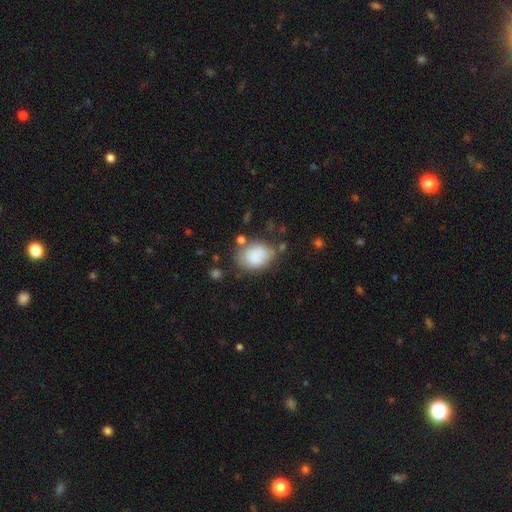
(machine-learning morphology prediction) smooth-or-featured: smooth: 80% | featured or disk: 12% | star or artifact: 8%
  how-rounded: in between: 65% | round: 34% | cigar-shaped: 1%
  merging: none: 53% | minor disturbance: 26% | major disturbance: 11% | merger: 10%